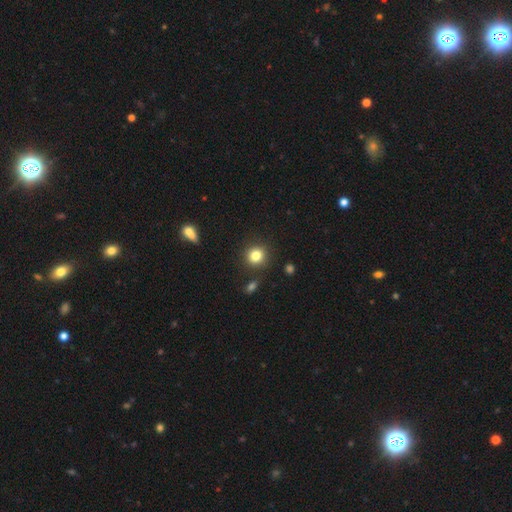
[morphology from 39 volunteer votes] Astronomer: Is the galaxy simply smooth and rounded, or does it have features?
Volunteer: smooth — 85%.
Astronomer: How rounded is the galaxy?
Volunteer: round — 94%.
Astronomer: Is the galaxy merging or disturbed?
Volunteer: none — 89%.